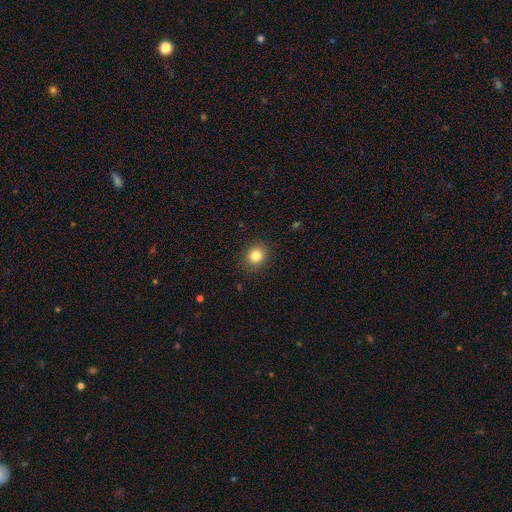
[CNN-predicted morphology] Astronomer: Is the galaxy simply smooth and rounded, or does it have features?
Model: smooth — 83%.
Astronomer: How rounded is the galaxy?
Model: round — 74%.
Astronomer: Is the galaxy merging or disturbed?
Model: none — 89%.